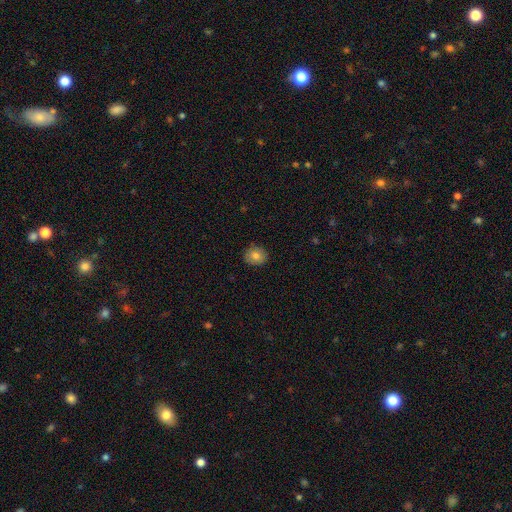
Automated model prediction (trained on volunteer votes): Smooth or featured? smooth (79%)
How rounded? round (77%)
Merging? none (88%)